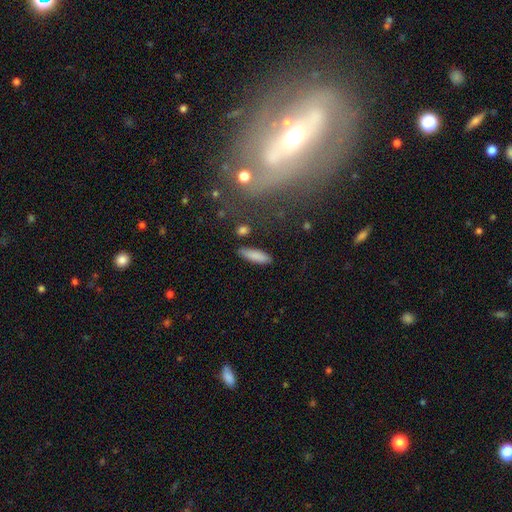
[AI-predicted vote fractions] smooth-or-featured: smooth: 85% | featured or disk: 9% | star or artifact: 7%
  how-rounded: cigar-shaped: 61% | in between: 37% | round: 2%
  merging: none: 85% | minor disturbance: 10% | merger: 3% | major disturbance: 2%